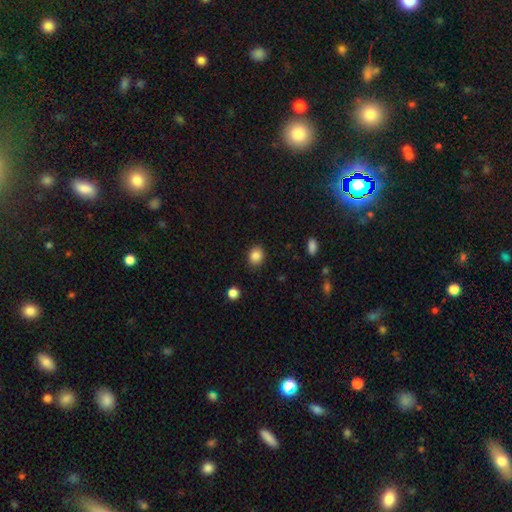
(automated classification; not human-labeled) Smooth or featured?
  - smooth: 86% *
  - star or artifact: 9%
  - featured or disk: 5%
How rounded?
  - round: 51% *
  - in between: 48%
  - cigar-shaped: 1%
Merging?
  - none: 87% *
  - minor disturbance: 9%
  - major disturbance: 2%
  - merger: 1%